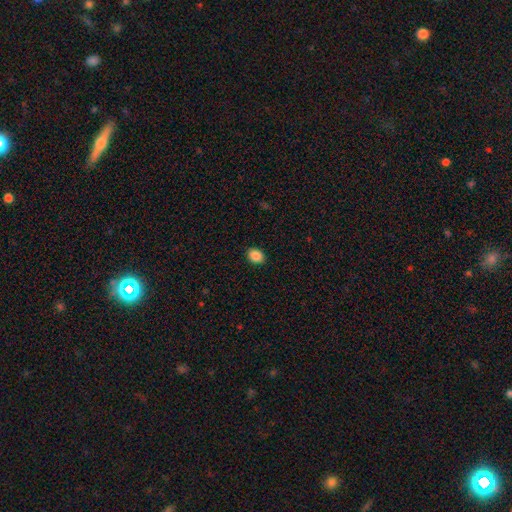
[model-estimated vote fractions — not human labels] Smooth or featured? Predicted: smooth (p=0.88). How rounded? Predicted: in between (p=0.63). Merging? Predicted: none (p=0.90).